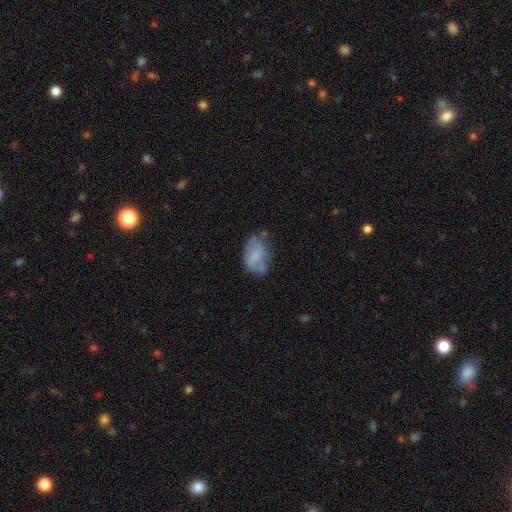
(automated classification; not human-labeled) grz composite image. It shows a smooth galaxy with no disk features (60%) that is in between round and cigar-shaped (86%). Merging: none (38%).